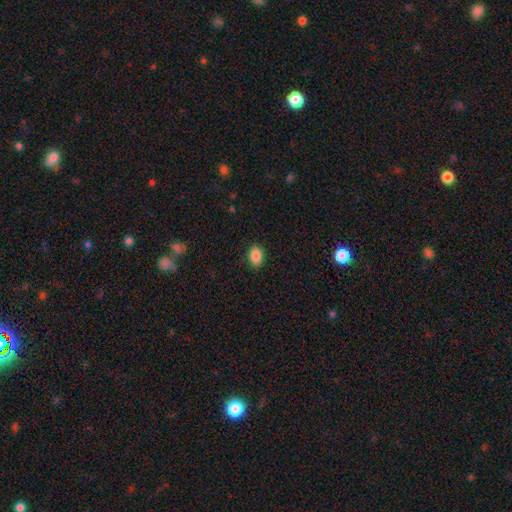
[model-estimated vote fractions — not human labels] This is clearly a smooth galaxy (87%). How rounded: clearly in between (81%). Merging: clearly none (87%).